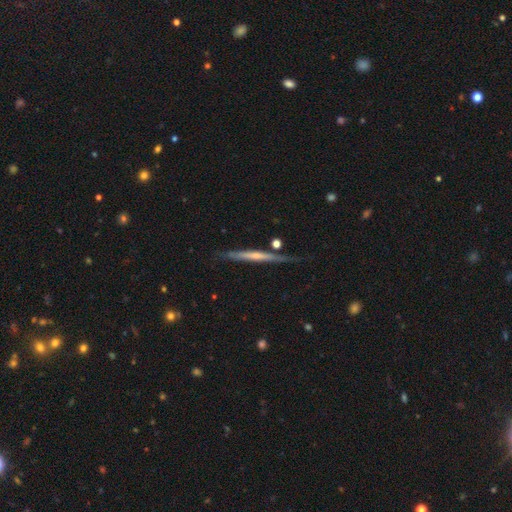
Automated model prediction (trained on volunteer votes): Q: Smooth or featured?
A: featured or disk (60%); runner-up: smooth (34%)
Q: Edge-on disk?
A: yes (95%); runner-up: no (5%)
Q: Edge-on bulge?
A: none (59%); runner-up: rounded (34%)
Q: Merging?
A: none (74%); runner-up: minor disturbance (18%)